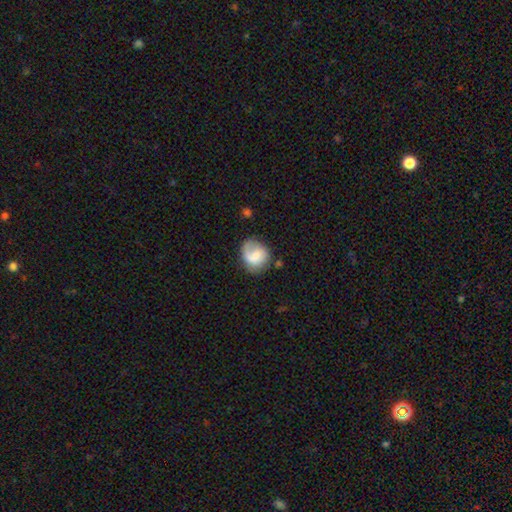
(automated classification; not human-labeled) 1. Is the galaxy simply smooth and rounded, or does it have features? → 53% smooth, 39% featured or disk, 8% star or artifact.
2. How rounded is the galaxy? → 70% round, 29% in between, 1% cigar-shaped.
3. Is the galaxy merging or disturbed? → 55% none, 25% minor disturbance, 16% major disturbance, 4% merger.